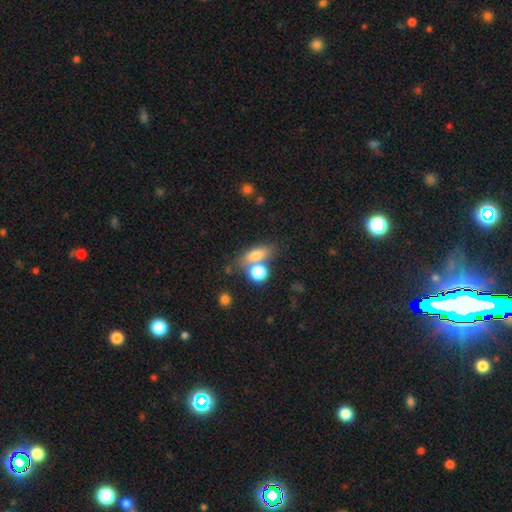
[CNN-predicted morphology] A smooth galaxy with no disk features (72%) that is in between round and cigar-shaped (63%).

Vote fractions:
- Smooth or featured? smooth: 72% / featured or disk: 17% / star or artifact: 11%
- How rounded? in between: 63% / round: 19% / cigar-shaped: 19%
- Merging? none: 51% / merger: 33% / minor disturbance: 11% / major disturbance: 5%